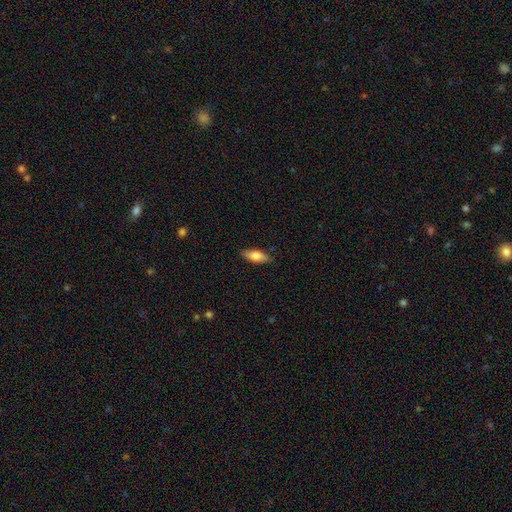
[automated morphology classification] A smooth galaxy with no disk features (75%) that is in between round and cigar-shaped (70%). Merging: none (87%).